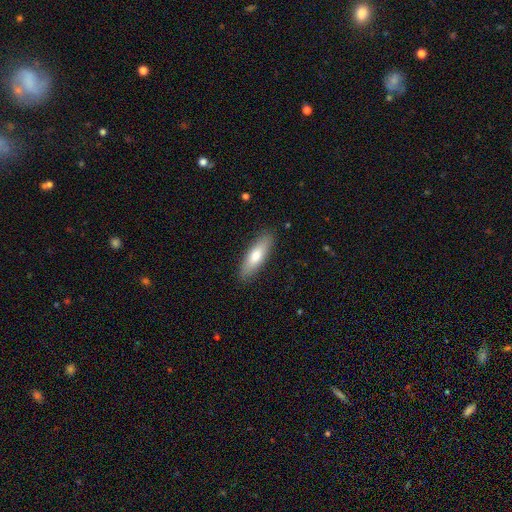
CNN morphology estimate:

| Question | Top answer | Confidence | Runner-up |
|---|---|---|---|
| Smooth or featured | smooth | 74% | featured or disk (21%) |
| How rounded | cigar-shaped | 53% | in between (46%) |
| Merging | none | 88% | minor disturbance (9%) |